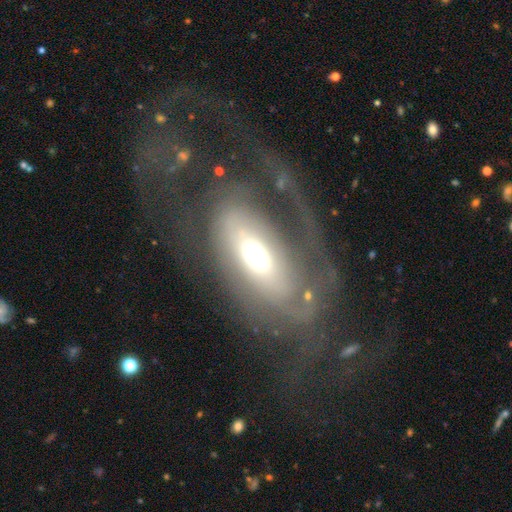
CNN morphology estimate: A featured or disk galaxy (63%) with no bar (68%), spiral arms (56%) and a moderate central bulge (51%). Merging: major disturbance (44%).